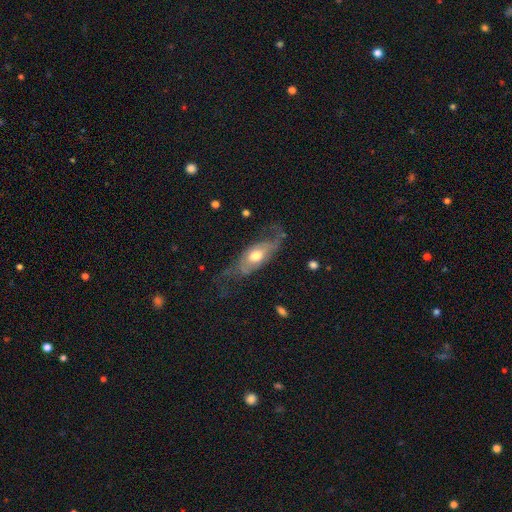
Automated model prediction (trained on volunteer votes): smooth-or-featured: featured or disk: 60% | smooth: 33% | star or artifact: 6%
  disk-edge-on: no: 78% | yes: 22%
  merging: none: 45% | major disturbance: 27% | minor disturbance: 26% | merger: 3%